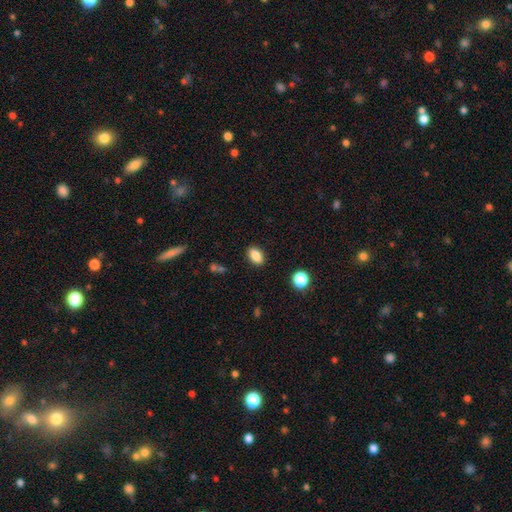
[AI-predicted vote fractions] This appears to be a smooth galaxy with no disk features (85%) that is in between round and cigar-shaped (86%). Merging: none (88%).